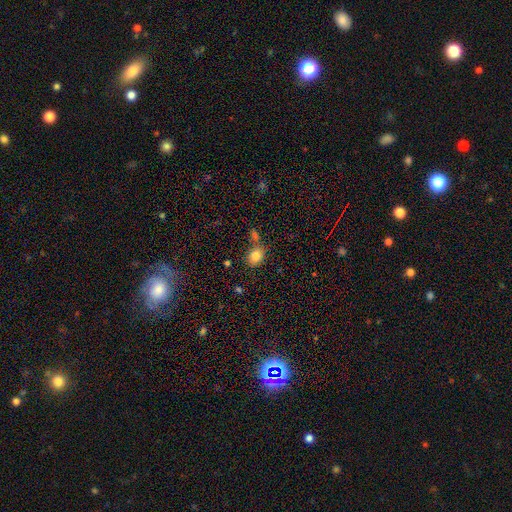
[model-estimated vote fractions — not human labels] This is clearly a smooth galaxy (82%). How rounded: likely in between (61%). Merging: likely none (70%).